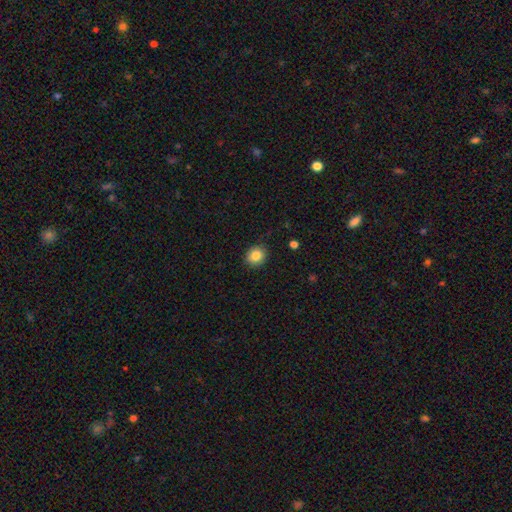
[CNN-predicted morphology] A smooth galaxy with no disk features (85%) that is round (76%). Merging: none (89%).